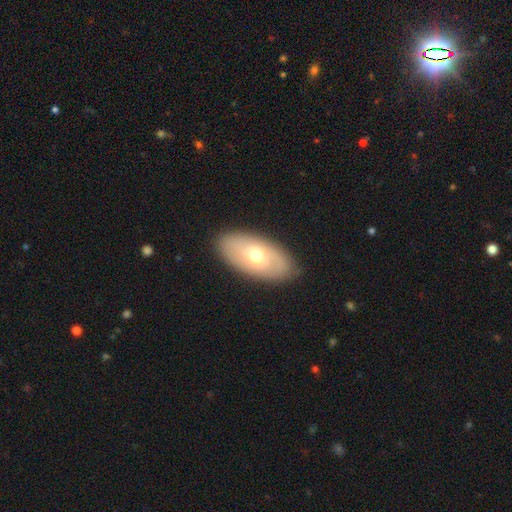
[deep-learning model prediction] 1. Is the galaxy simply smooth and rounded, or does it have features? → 56% smooth, 37% featured or disk, 7% star or artifact.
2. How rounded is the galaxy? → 92% in between, 4% round, 4% cigar-shaped.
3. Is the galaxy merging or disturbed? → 86% none, 10% minor disturbance, 3% major disturbance, 1% merger.